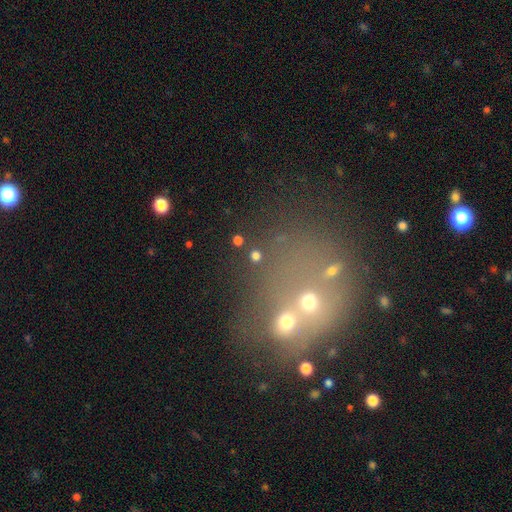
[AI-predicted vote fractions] smooth 40%, star or artifact 38%, featured or disk 23%. Down the decision tree: merging — merger (57%).